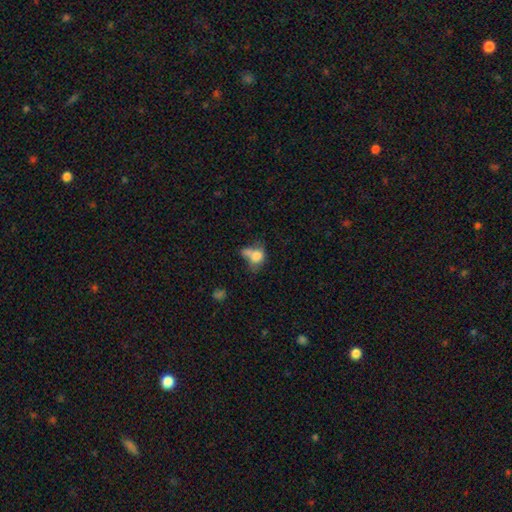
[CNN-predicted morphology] Q: Smooth or featured?
A: smooth (70%); runner-up: featured or disk (19%)
Q: How rounded?
A: in between (64%); runner-up: round (33%)
Q: Merging?
A: merger (36%); runner-up: none (23%)